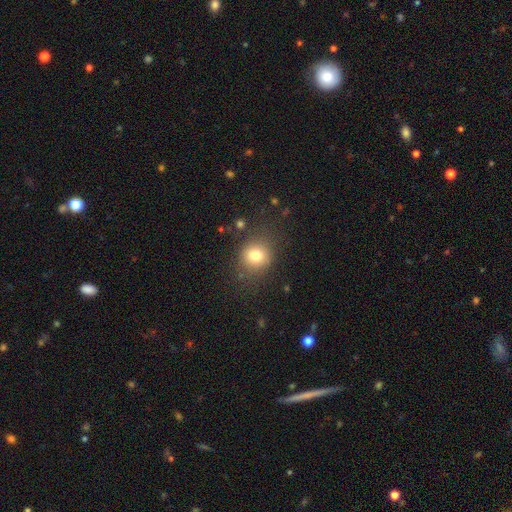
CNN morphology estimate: Q: Smooth or featured?
A: smooth (78%); runner-up: star or artifact (13%)
Q: How rounded?
A: round (82%); runner-up: in between (17%)
Q: Merging?
A: none (80%); runner-up: minor disturbance (12%)